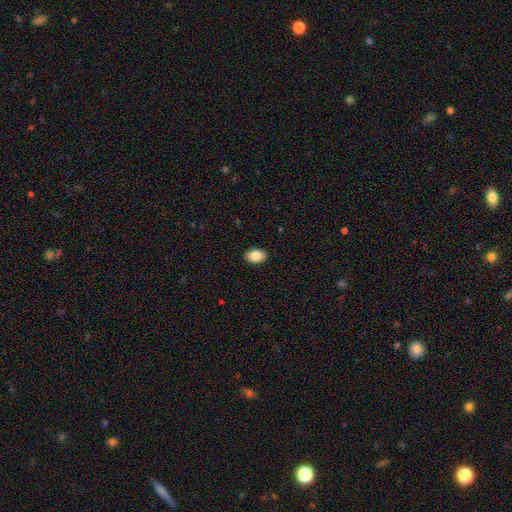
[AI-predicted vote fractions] smooth 85%, star or artifact 8%, featured or disk 7%. Down the decision tree: how rounded — in between (82%); merging — none (90%).